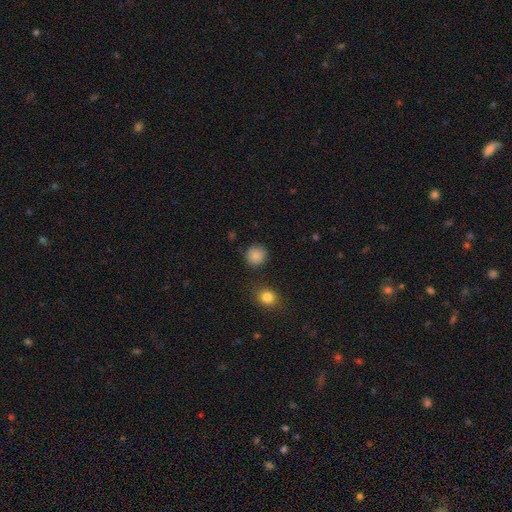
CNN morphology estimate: Overall: smooth (85%). How rounded: round (91%). Merging: none (86%).